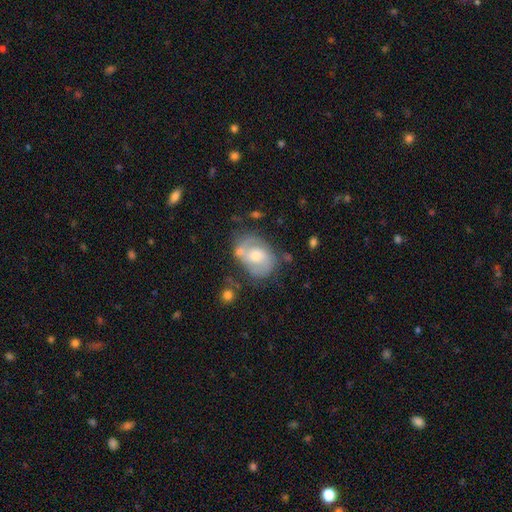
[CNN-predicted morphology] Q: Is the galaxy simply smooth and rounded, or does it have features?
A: featured or disk — 71%.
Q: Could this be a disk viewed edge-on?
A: no — 97%.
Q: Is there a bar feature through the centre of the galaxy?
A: no — 63%.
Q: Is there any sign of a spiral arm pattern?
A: yes — 82%.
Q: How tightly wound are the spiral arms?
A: medium — 44%.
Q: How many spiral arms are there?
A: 2 — 71%.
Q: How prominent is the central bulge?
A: moderate — 58%.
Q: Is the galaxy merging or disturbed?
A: none — 56%.